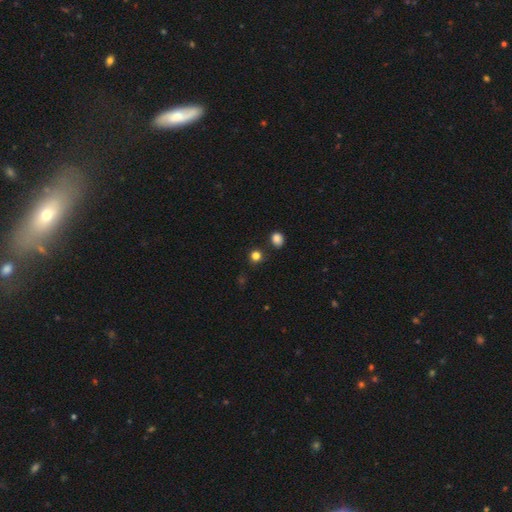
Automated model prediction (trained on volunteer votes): This is clearly a smooth galaxy (81%). How rounded: clearly round (88%). Merging: clearly none (86%).